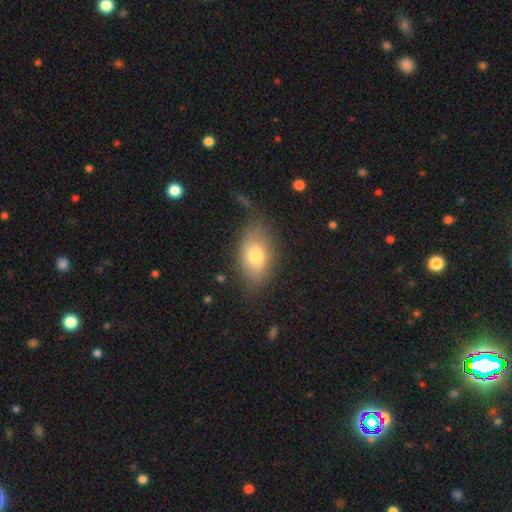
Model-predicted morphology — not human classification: This appears to be a smooth galaxy with no disk features (70%) that is in between round and cigar-shaped (86%). Merging: none (63%).